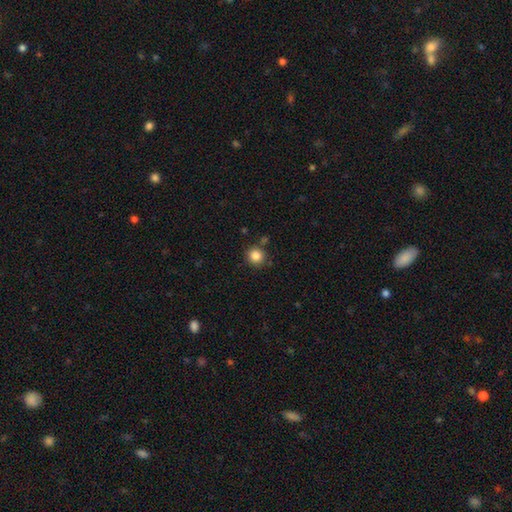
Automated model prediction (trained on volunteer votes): smooth-or-featured: smooth: 85% | star or artifact: 10% | featured or disk: 4%
  how-rounded: round: 91% | in between: 8% | cigar-shaped: 1%
  merging: none: 81% | minor disturbance: 10% | merger: 6% | major disturbance: 3%